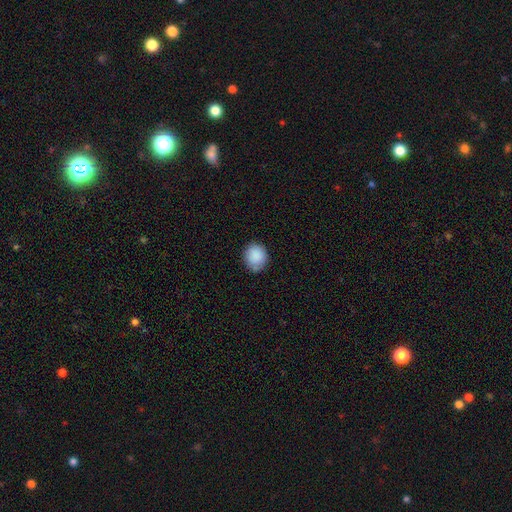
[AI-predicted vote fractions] smooth 88%, star or artifact 8%, featured or disk 5%. Down the decision tree: how rounded — round (76%); merging — none (76%).